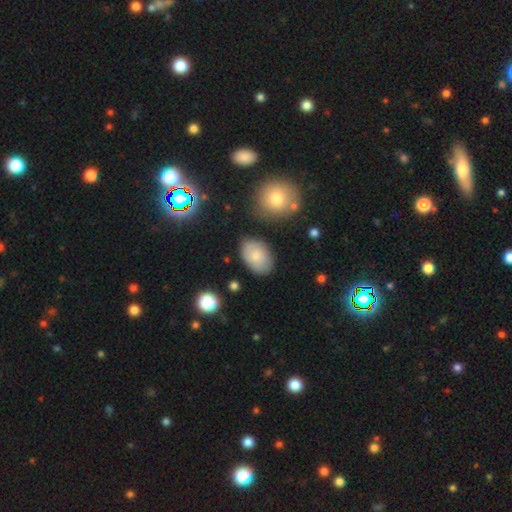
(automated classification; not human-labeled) This appears to be a smooth galaxy with no disk features (73%) that is in between round and cigar-shaped (87%). Merging: none (78%).